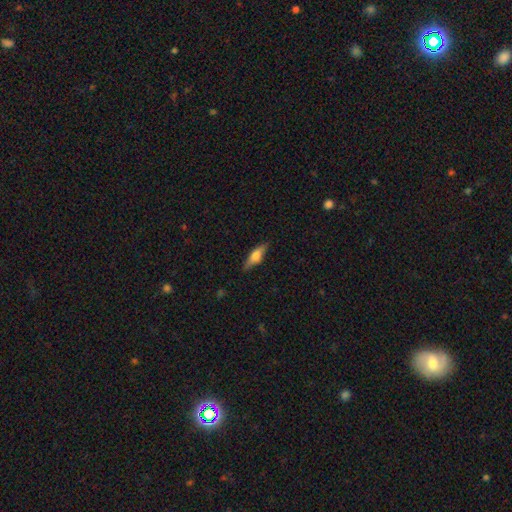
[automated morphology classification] Smooth or featured? smooth (56%)
How rounded? cigar-shaped (52%)
Merging? none (85%)